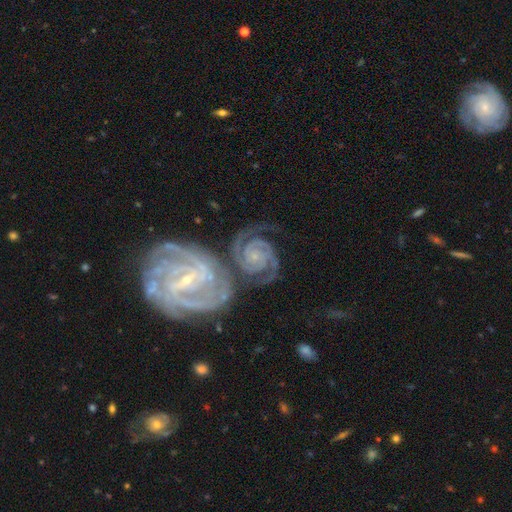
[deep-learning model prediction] A featured or disk galaxy (92%) with no bar (54%), 2 (63%) tight (69%) spiral arms (98%) and a small central bulge (78%). Merging: none (46%).